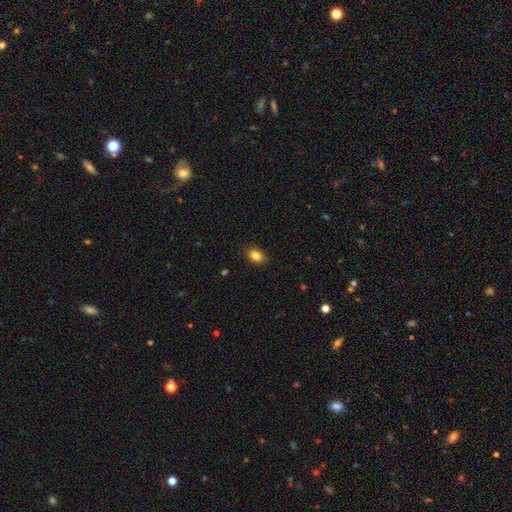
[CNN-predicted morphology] smooth 84%, star or artifact 9%, featured or disk 6%. Down the decision tree: how rounded — in between (76%); merging — none (89%).